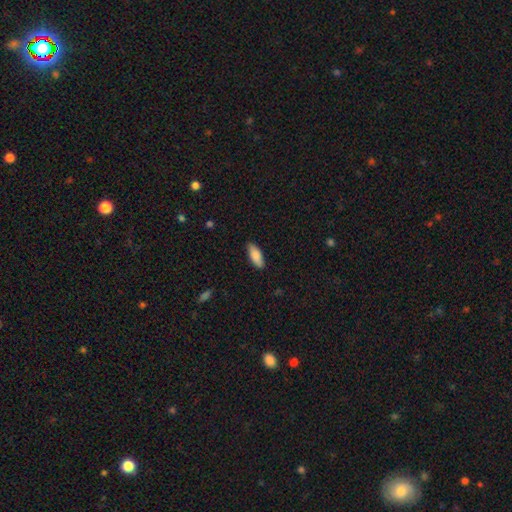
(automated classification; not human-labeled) Smooth or featured? Predicted: smooth (p=0.86). How rounded? Predicted: in between (p=0.76). Merging? Predicted: none (p=0.86).